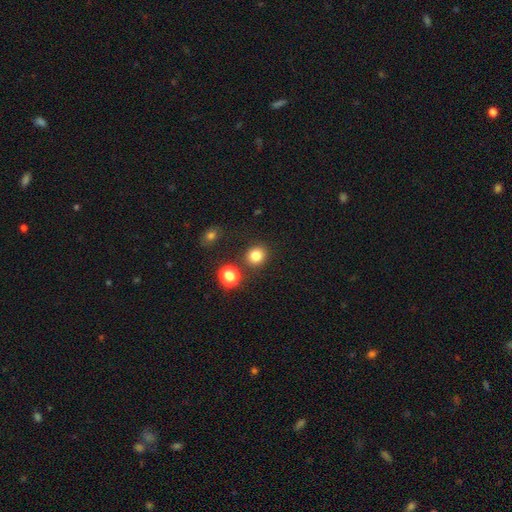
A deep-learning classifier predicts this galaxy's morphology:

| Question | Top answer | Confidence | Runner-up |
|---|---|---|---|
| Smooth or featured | smooth | 81% | star or artifact (14%) |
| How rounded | round | 83% | in between (16%) |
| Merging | none | 84% | minor disturbance (8%) |